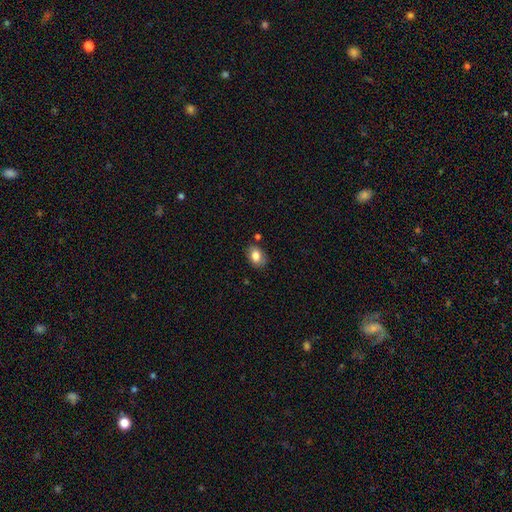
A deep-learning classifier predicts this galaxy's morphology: smooth_or_featured: smooth (p=0.81) [alt: featured or disk p=0.11]
how_rounded: in between (p=0.74) [alt: round p=0.25]
merging: none (p=0.73) [alt: minor disturbance p=0.18]